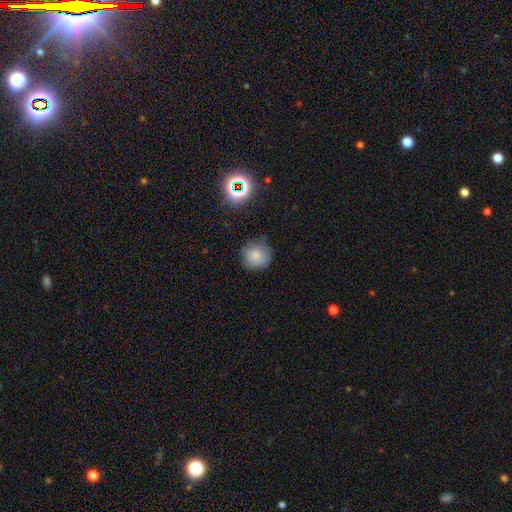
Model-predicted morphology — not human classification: A smooth galaxy with no disk features (76%) that is round (87%). Merging: none (71%).